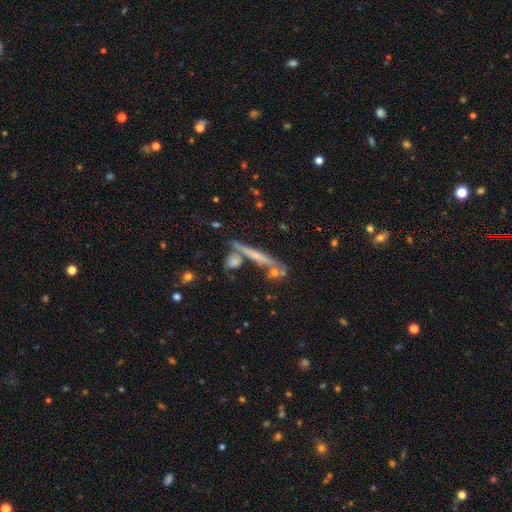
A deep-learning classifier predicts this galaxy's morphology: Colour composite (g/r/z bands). It shows a featured or disk galaxy (51%) viewed edge-on (90%). Merging: none (66%).